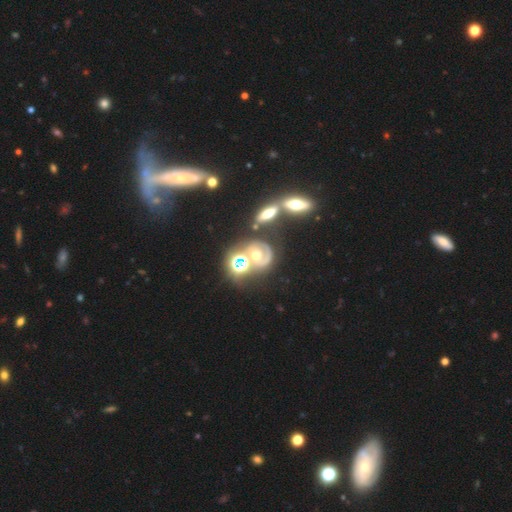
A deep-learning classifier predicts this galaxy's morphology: A featured or disk galaxy (60%) with no bar (75%), spiral arms (64%) and a moderate central bulge (63%).

Vote fractions:
- Smooth or featured? featured or disk: 60% / smooth: 24% / star or artifact: 16%
- Edge-on disk? no: 94% / yes: 6%
- Bar? no: 75% / weak: 17% / strong: 9%
- Spiral arms? yes: 64% / no: 36%
- Bulge size? moderate: 63% / large: 18% / small: 13% / dominant: 3% / none: 3%
- Merging? none: 45% / merger: 30% / minor disturbance: 14% / major disturbance: 11%